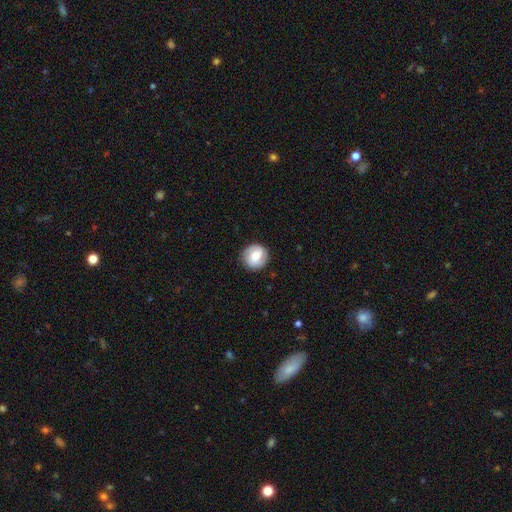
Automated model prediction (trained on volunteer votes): Smooth or featured? smooth (53%)
How rounded? round (90%)
Merging? none (87%)